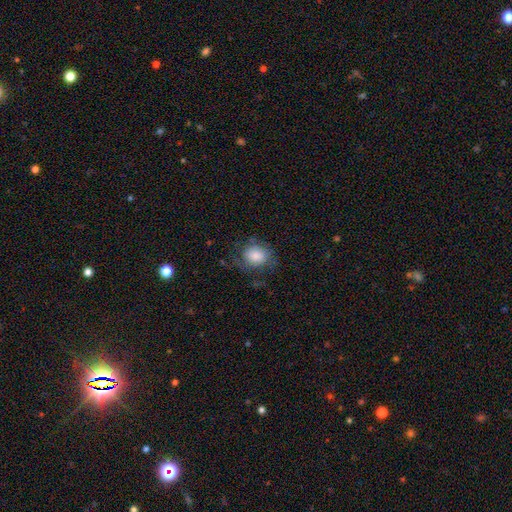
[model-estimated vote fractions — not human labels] This is likely a smooth galaxy (73%). How rounded: likely round (61%). Merging: possibly none (59%).